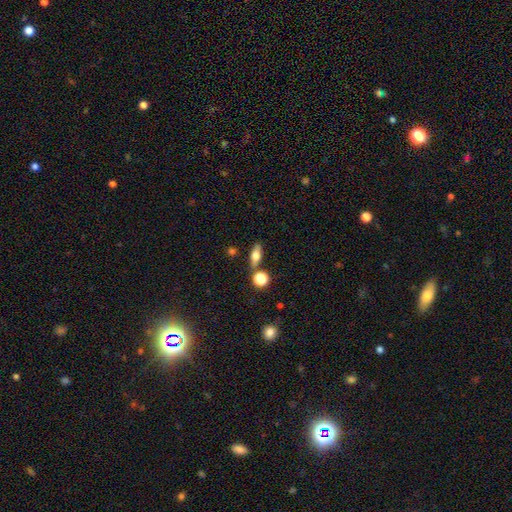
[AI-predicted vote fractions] Q: Smooth or featured?
A: smooth (57%); runner-up: featured or disk (33%)
Q: How rounded?
A: in between (60%); runner-up: cigar-shaped (28%)
Q: Merging?
A: none (78%); runner-up: minor disturbance (10%)